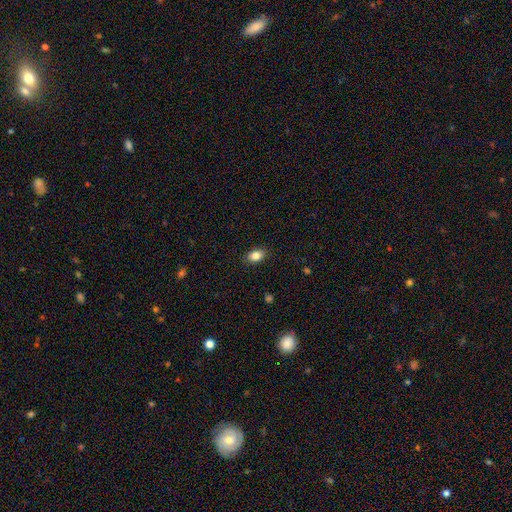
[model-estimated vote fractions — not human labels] Smooth or featured: smooth — 85% (star or artifact — 9%)
How rounded: in between — 83% (round — 16%)
Merging: none — 88% (minor disturbance — 9%)